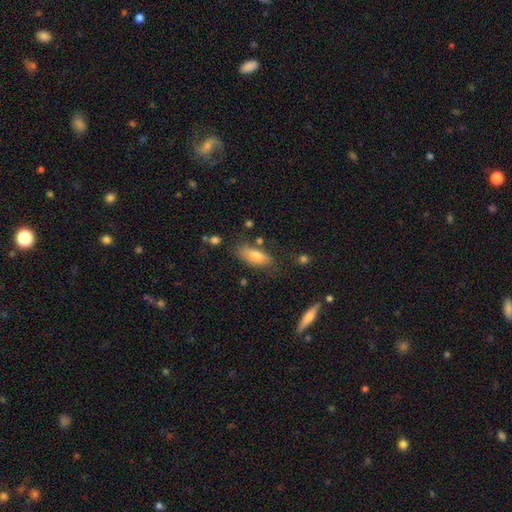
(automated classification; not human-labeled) This is likely a smooth galaxy (72%). How rounded: likely in between (73%). Merging: likely none (71%).